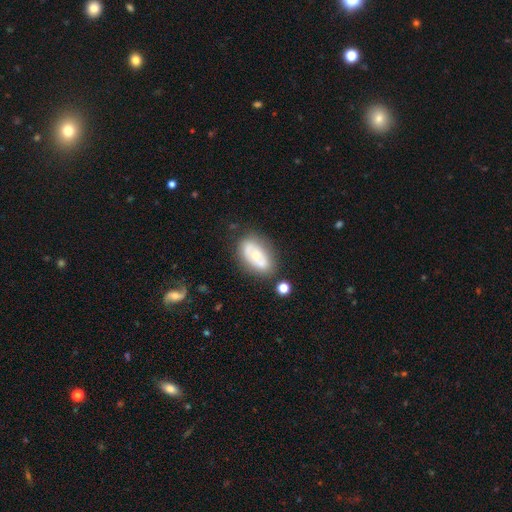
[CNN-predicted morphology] Smooth or featured? Predicted: featured or disk (p=0.52). Edge-on disk? Predicted: no (p=0.91). Merging? Predicted: none (p=0.65).